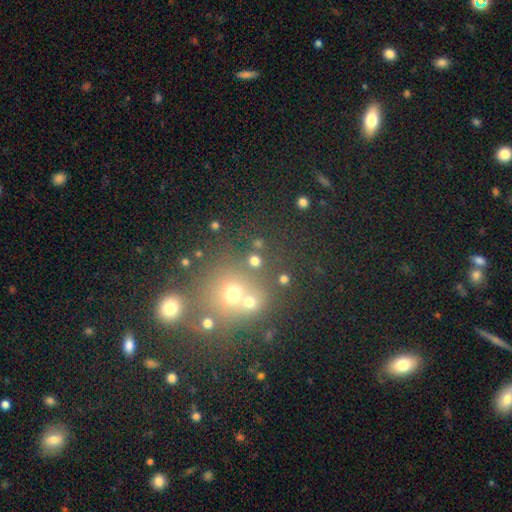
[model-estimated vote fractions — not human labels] Morphology: type=smooth (52%); roundness=round (83%); merging=none (62%).